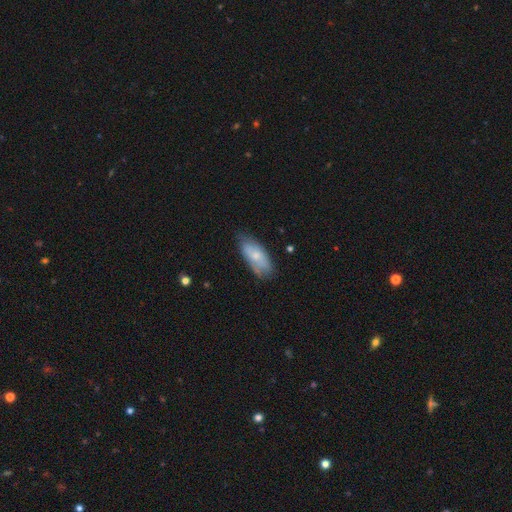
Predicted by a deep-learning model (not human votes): smooth 61%, featured or disk 33%, star or artifact 6%. Down the decision tree: how rounded — in between (87%); merging — none (63%).